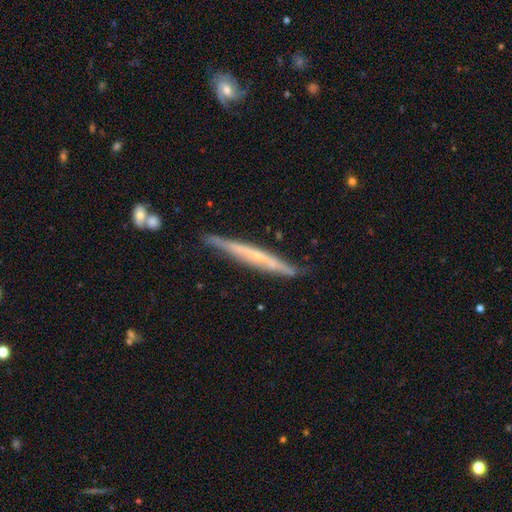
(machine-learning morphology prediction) A featured or disk galaxy (65%) viewed edge-on (91%) with no central bulge (53%). Merging: none (78%).